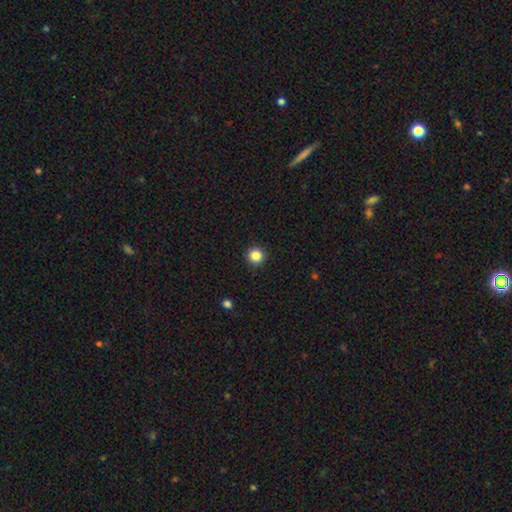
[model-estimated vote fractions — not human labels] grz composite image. It shows a smooth galaxy with no disk features (85%) that is round (95%). Merging: none (92%).